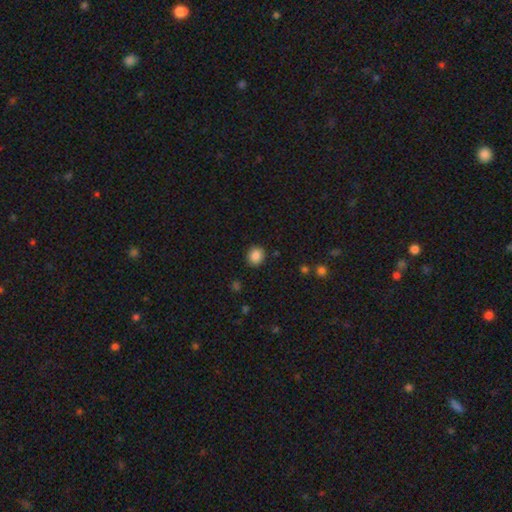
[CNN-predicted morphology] This is clearly a smooth galaxy (86%). How rounded: clearly round (83%). Merging: clearly none (90%).